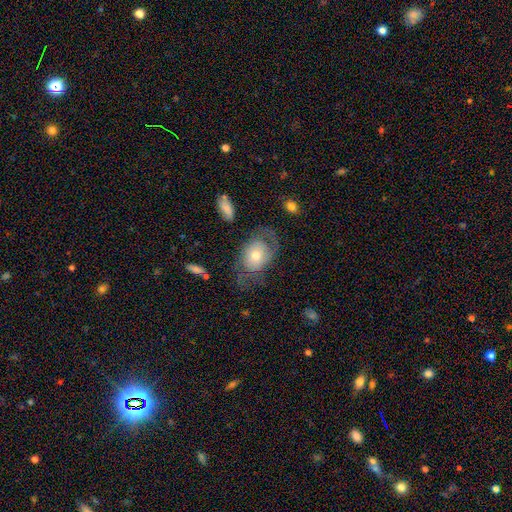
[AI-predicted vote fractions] Overall: featured or disk (52%; smooth 40%). Edge-on disk: no (94%). Merging: none (47%; major disturbance 28%).